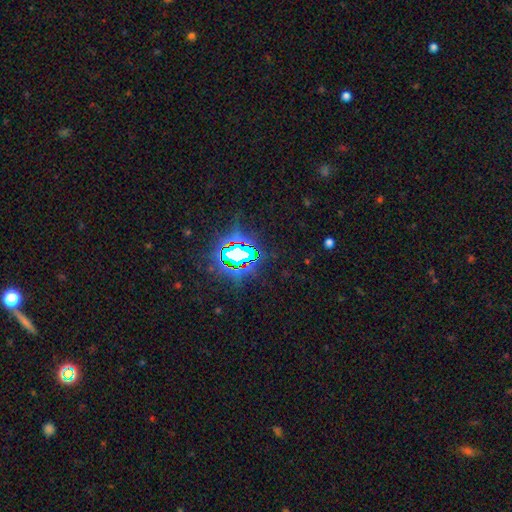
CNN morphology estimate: This is clearly a star or artifact rather than a galaxy (83%).